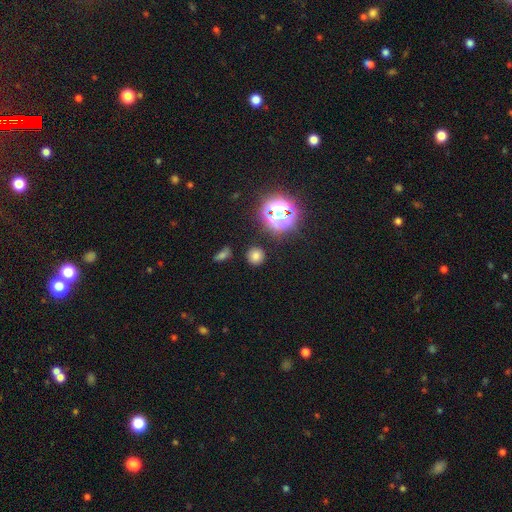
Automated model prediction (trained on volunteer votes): Overall: smooth (71%). How rounded: round (92%). Merging: none (88%).